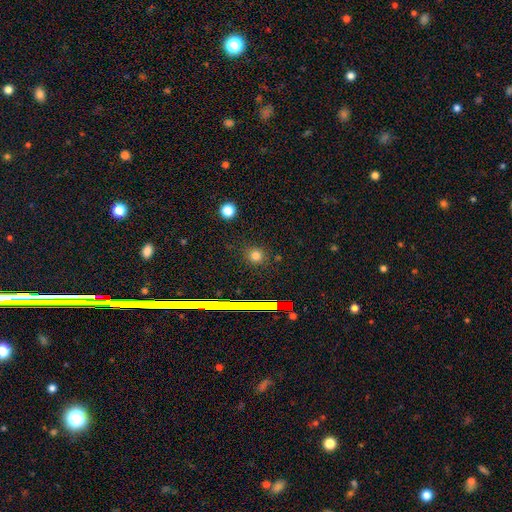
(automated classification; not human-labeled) Q: Smooth or featured?
A: smooth (77%); runner-up: star or artifact (17%)
Q: How rounded?
A: round (92%); runner-up: in between (7%)
Q: Merging?
A: none (89%); runner-up: minor disturbance (7%)